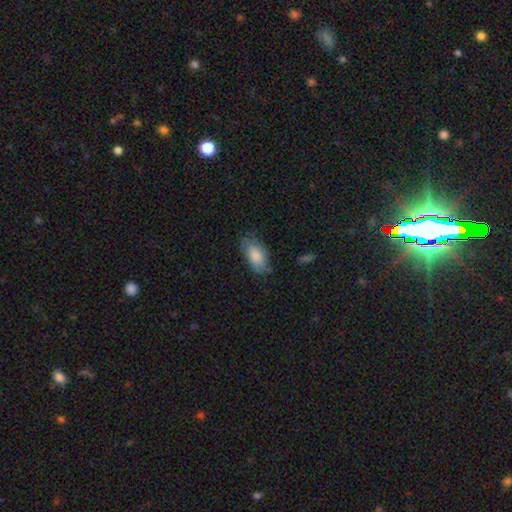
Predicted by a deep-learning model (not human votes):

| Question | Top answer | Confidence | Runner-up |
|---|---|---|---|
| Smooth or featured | smooth | 84% | featured or disk (10%) |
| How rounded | in between | 93% | cigar-shaped (4%) |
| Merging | none | 68% | minor disturbance (25%) |